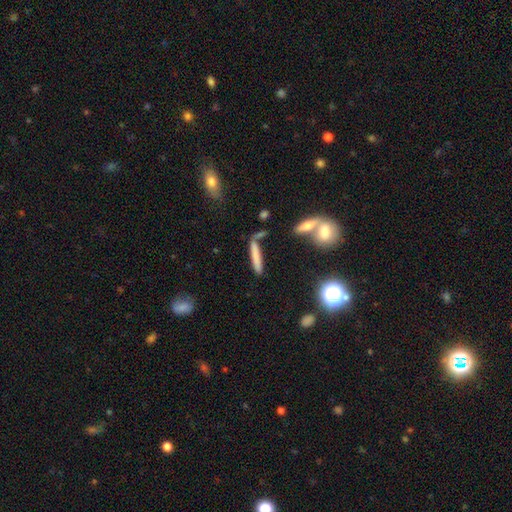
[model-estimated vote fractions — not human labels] Q: Smooth or featured?
A: smooth (73%); runner-up: featured or disk (19%)
Q: How rounded?
A: cigar-shaped (91%); runner-up: in between (8%)
Q: Merging?
A: none (69%); runner-up: minor disturbance (14%)